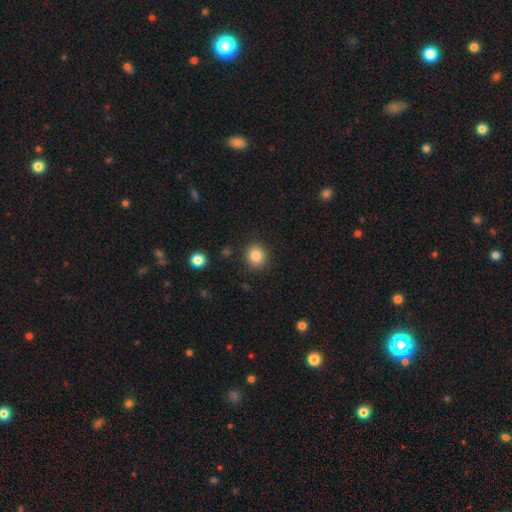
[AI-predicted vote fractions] A smooth galaxy with no disk features (85%) that is round (80%). Merging: none (89%).